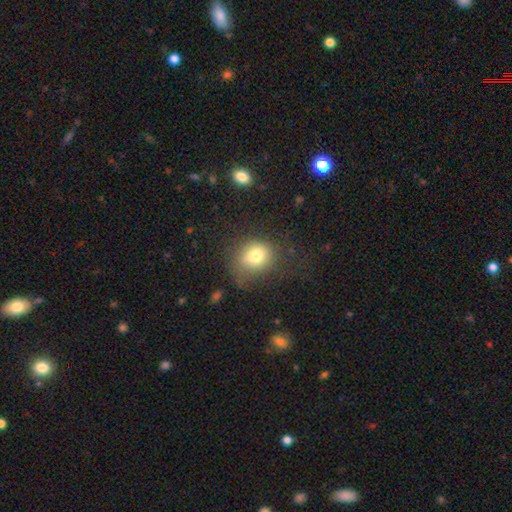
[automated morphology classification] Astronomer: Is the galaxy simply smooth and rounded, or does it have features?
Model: smooth — 77%.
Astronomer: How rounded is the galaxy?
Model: round — 66%.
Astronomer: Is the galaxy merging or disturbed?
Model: none — 58%.